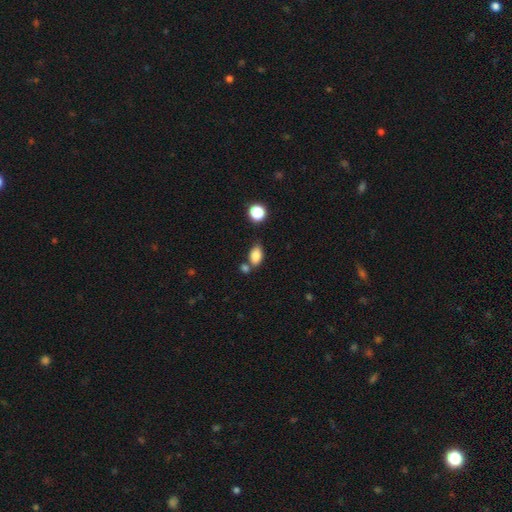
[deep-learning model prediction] Morphology: type=smooth (84%); roundness=in between (88%); merging=none (62%).